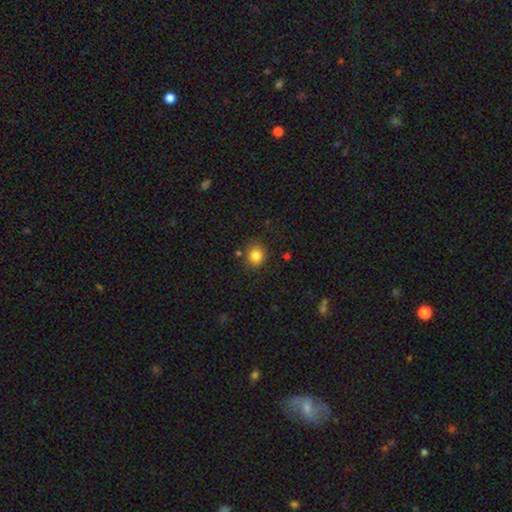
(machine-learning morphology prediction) This is clearly a smooth galaxy (84%). How rounded: likely round (80%). Merging: likely none (80%).